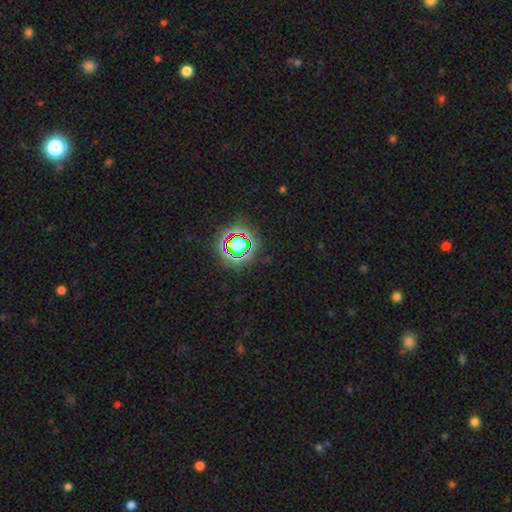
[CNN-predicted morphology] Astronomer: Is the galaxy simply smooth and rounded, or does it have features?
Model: star or artifact — 77%.